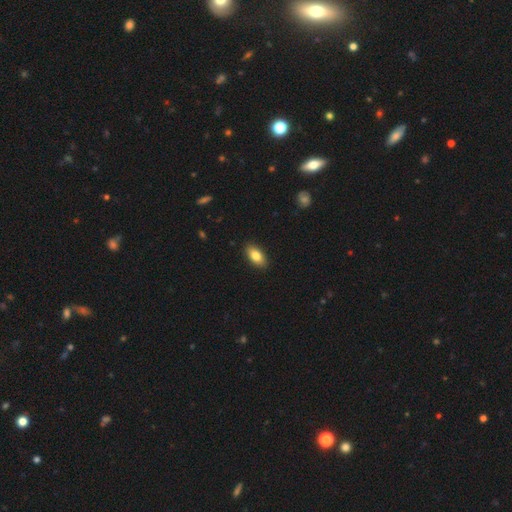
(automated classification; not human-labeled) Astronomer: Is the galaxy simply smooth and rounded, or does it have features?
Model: smooth — 83%.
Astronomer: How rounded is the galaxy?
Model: in between — 91%.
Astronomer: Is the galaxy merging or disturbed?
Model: none — 89%.